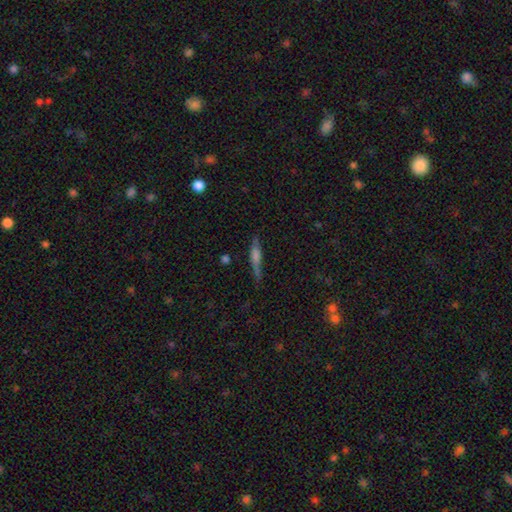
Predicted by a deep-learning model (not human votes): Morphology: type=featured or disk (61%); edge-on=yes (95%); edge-on bulge=rounded (67%); merging=none (83%).